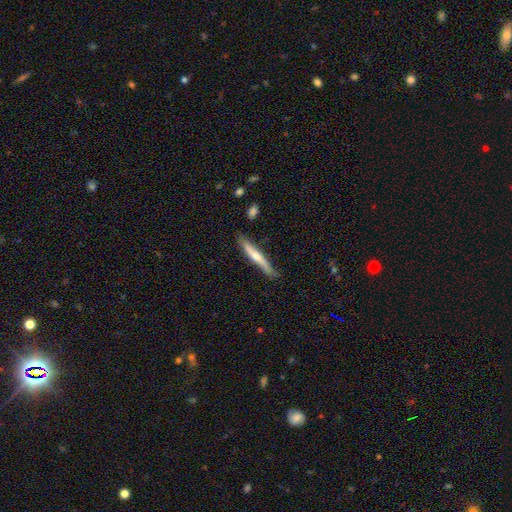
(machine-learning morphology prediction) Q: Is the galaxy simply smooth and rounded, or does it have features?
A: featured or disk — 48%.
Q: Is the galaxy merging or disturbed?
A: none — 81%.